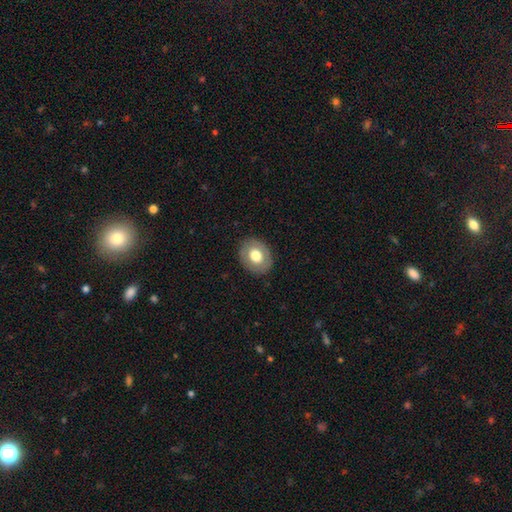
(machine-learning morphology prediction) smooth_or_featured: smooth (p=0.66) [alt: featured or disk p=0.27]
how_rounded: round (p=0.54) [alt: in between p=0.45]
merging: none (p=0.86) [alt: minor disturbance p=0.10]